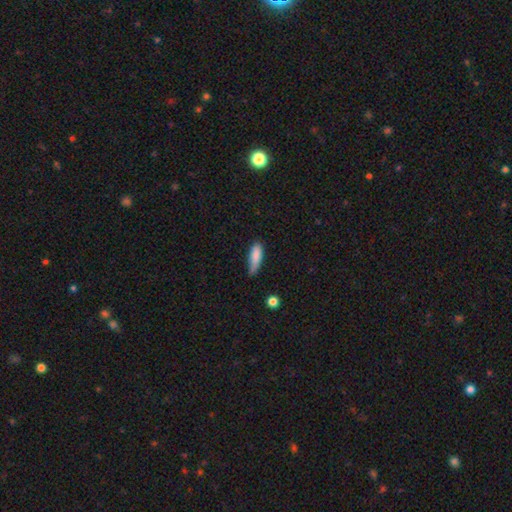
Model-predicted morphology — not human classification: This is clearly a smooth galaxy (84%). How rounded: possibly in between (49%, tied with cigar-shaped). Merging: possibly none (48%).